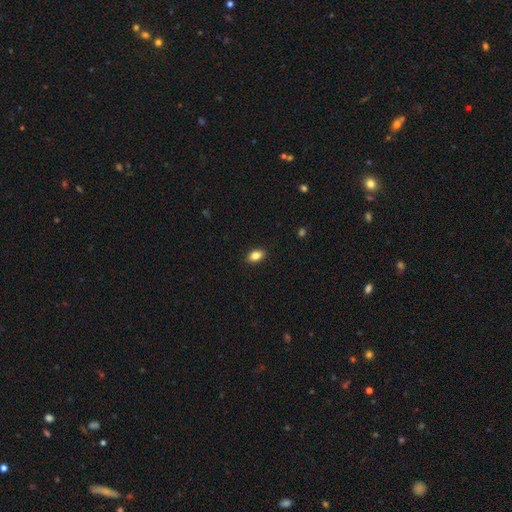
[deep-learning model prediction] This appears to be a smooth galaxy with no disk features (85%) that is in between round and cigar-shaped (88%). Merging: none (89%).